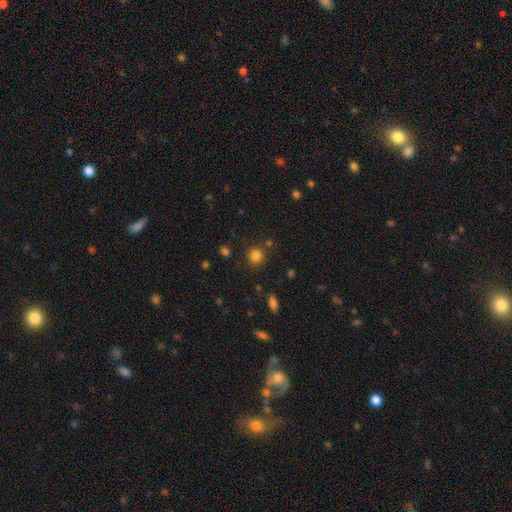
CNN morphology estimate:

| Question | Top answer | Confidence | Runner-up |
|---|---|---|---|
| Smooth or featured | smooth | 80% | star or artifact (14%) |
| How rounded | round | 92% | in between (7%) |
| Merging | none | 83% | minor disturbance (9%) |